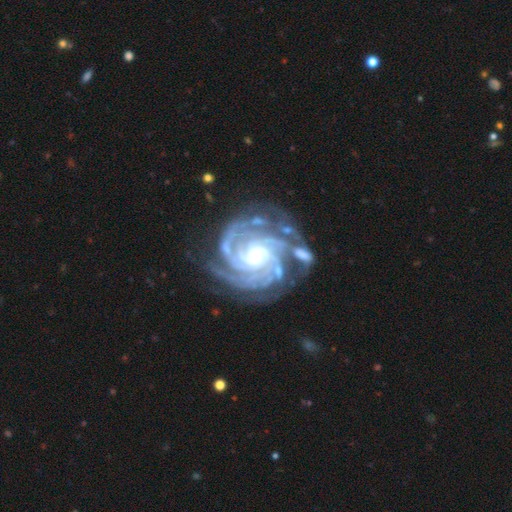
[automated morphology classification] featured or disk 93%, star or artifact 4%, smooth 3%. Down the decision tree: edge-on disk — no (98%); bar — no (65%); spiral arms — yes (99%); spiral arm count — 4 (37%); spiral winding — tight (80%); bulge size — small (68%); merging — none (67%).